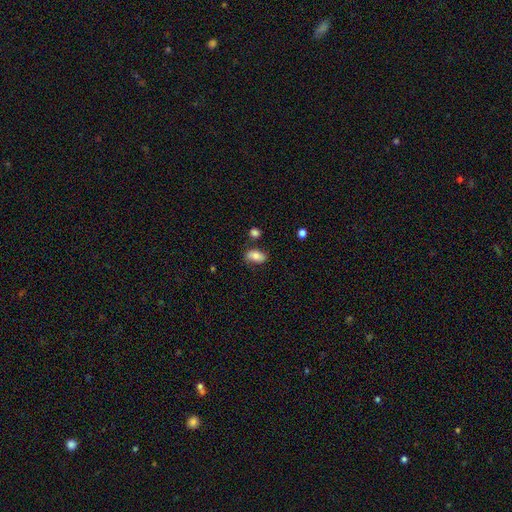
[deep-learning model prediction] Smooth or featured? Predicted: smooth (p=0.76). How rounded? Predicted: in between (p=0.91). Merging? Predicted: none (p=0.68).